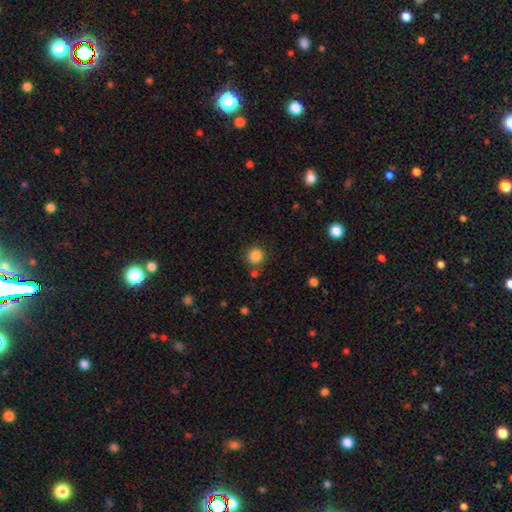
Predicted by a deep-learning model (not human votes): This appears to be a smooth galaxy with no disk features (85%) that is round (89%). Merging: none (78%).